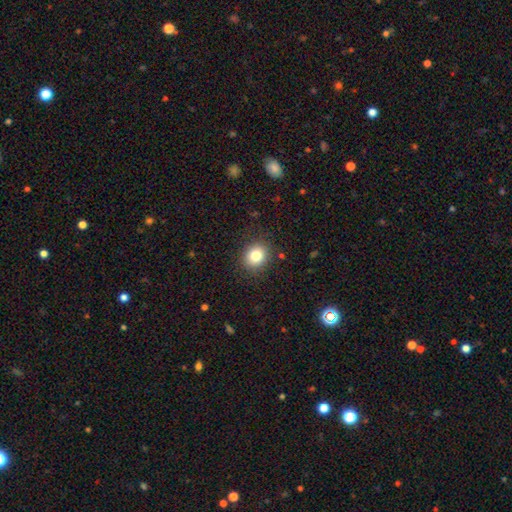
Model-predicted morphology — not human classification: Smooth or featured?
  - smooth: 82% *
  - star or artifact: 11%
  - featured or disk: 7%
How rounded?
  - round: 71% *
  - in between: 28%
  - cigar-shaped: 1%
Merging?
  - none: 87% *
  - minor disturbance: 9%
  - major disturbance: 3%
  - merger: 1%